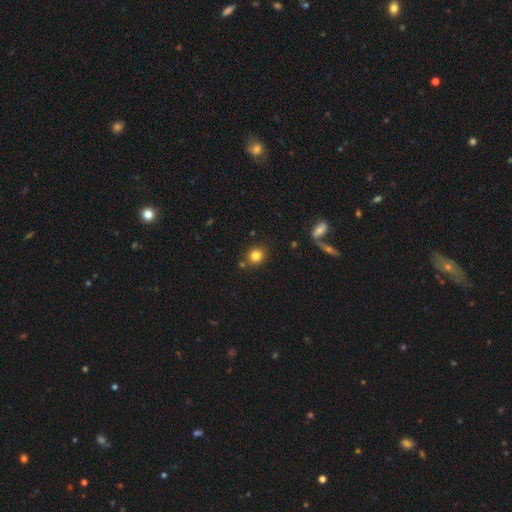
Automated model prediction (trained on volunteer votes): Overall: smooth (81%). How rounded: round (84%). Merging: none (82%).